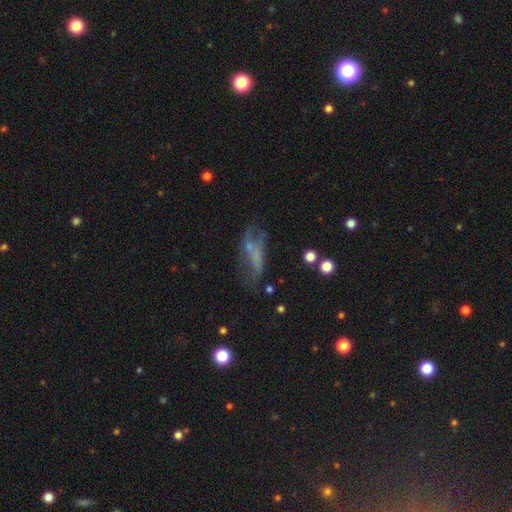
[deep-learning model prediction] Q: Smooth or featured?
A: featured or disk (43%); runner-up: smooth (41%)
Q: Merging?
A: none (38%); runner-up: major disturbance (30%)